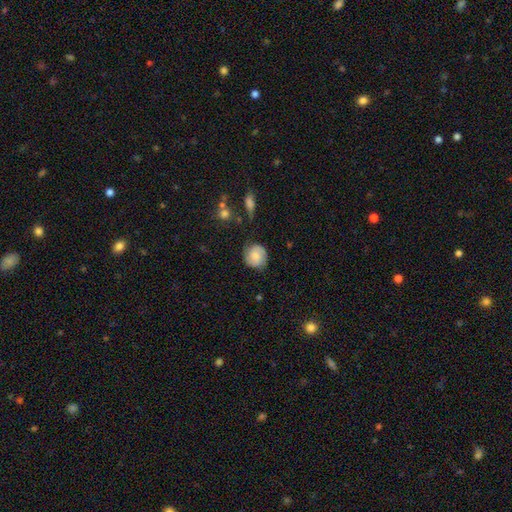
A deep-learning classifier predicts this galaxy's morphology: type=smooth (54%); roundness=round (84%); merging=none (76%).